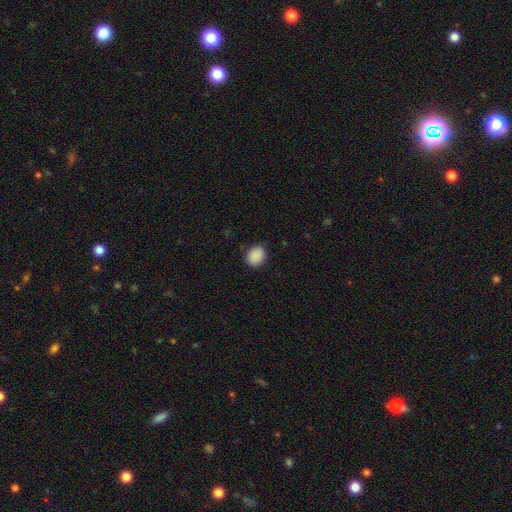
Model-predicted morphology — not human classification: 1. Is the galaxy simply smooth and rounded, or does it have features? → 90% smooth, 8% star or artifact, 2% featured or disk.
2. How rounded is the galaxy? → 64% round, 35% in between, 1% cigar-shaped.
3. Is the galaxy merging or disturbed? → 88% none, 9% minor disturbance, 2% major disturbance, 1% merger.